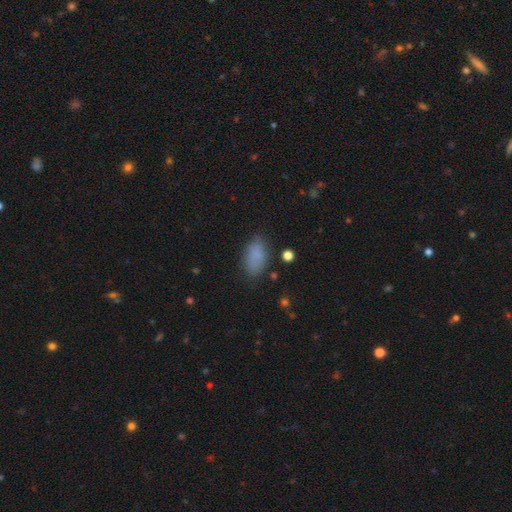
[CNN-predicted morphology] The model was most divided on "merging": none: 78%, minor disturbance: 16%, major disturbance: 5%, merger: 2%. More confident: how rounded — in between (92%); smooth or featured — smooth (84%).